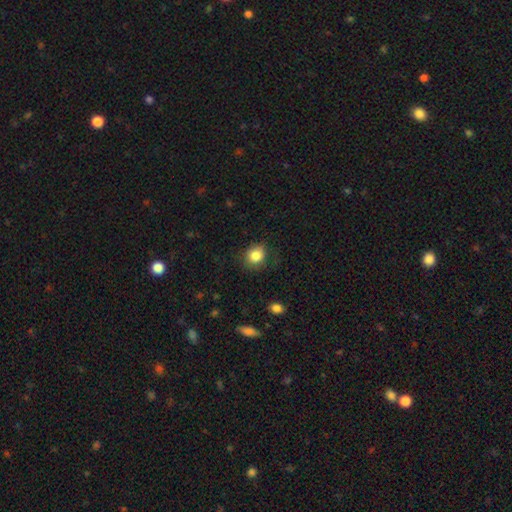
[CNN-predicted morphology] A smooth galaxy with no disk features (84%) that is round (67%). Merging: none (77%).